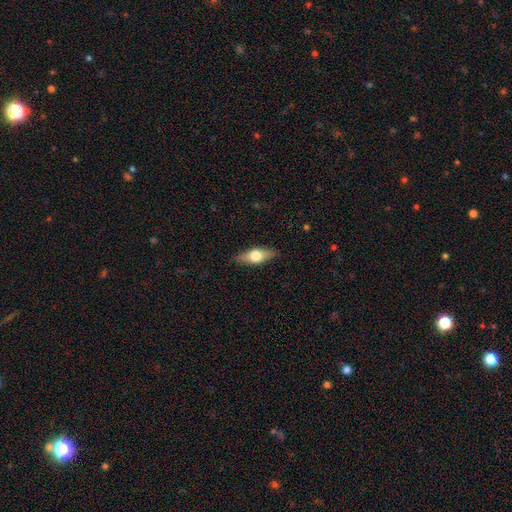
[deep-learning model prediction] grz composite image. It shows a smooth galaxy with no disk features (48%). Merging: none (87%).